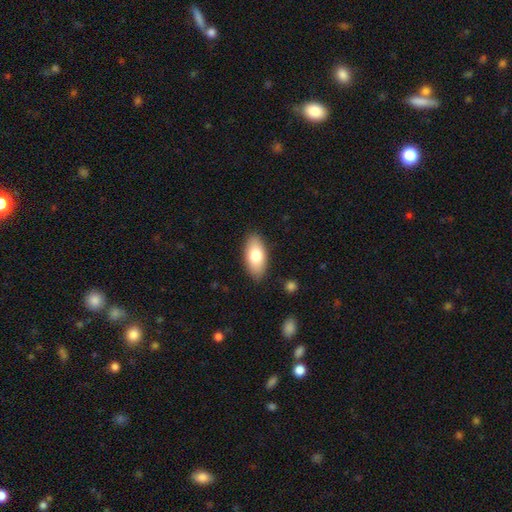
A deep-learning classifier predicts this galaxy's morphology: Smooth or featured? smooth (78%)
How rounded? in between (91%)
Merging? none (87%)